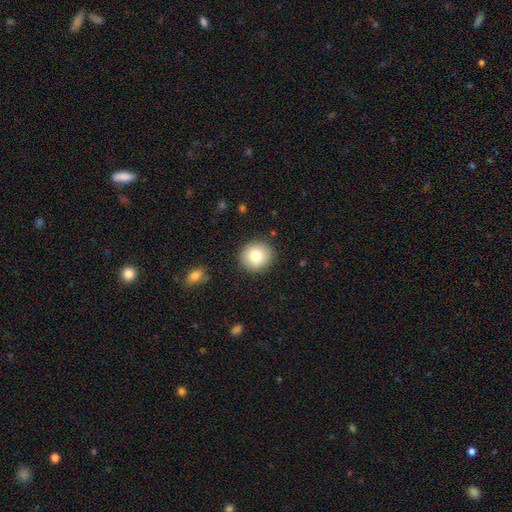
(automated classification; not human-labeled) smooth-or-featured: smooth: 79% | featured or disk: 12% | star or artifact: 9%
  how-rounded: round: 89% | in between: 10% | cigar-shaped: 1%
  merging: none: 90% | minor disturbance: 7% | major disturbance: 2% | merger: 1%